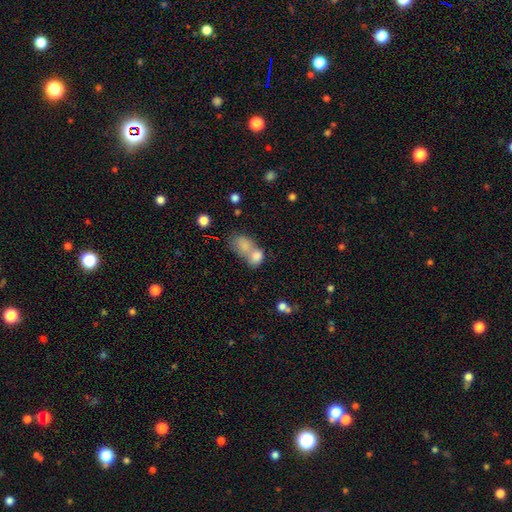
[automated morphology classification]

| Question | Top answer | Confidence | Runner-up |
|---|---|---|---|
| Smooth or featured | smooth | 79% | featured or disk (11%) |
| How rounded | in between | 69% | round (29%) |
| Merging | merger | 67% | none (20%) |